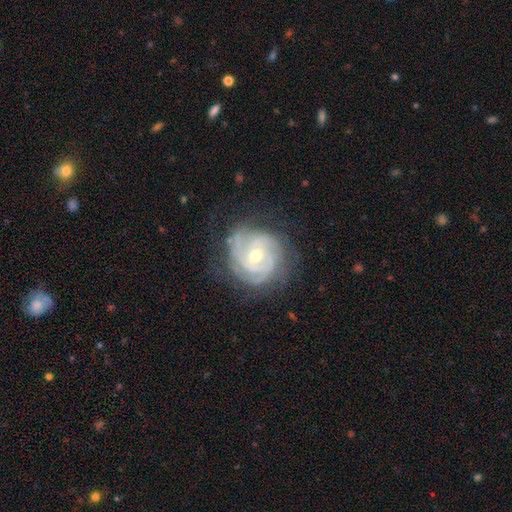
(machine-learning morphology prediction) Q: Smooth or featured?
A: featured or disk (85%); runner-up: smooth (9%)
Q: Edge-on disk?
A: no (97%); runner-up: yes (3%)
Q: Bar?
A: no (60%); runner-up: weak (31%)
Q: Spiral arms?
A: yes (95%); runner-up: no (5%)
Q: Spiral winding?
A: tight (71%); runner-up: medium (24%)
Q: Spiral arm count?
A: can't tell (30%); runner-up: 3 (28%)
Q: Bulge size?
A: moderate (50%); runner-up: small (47%)
Q: Merging?
A: none (71%); runner-up: minor disturbance (19%)